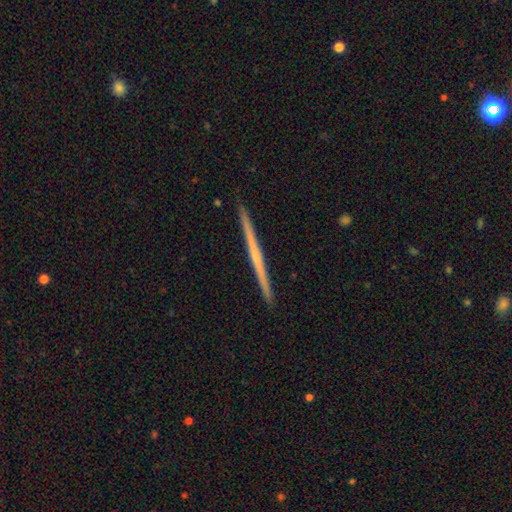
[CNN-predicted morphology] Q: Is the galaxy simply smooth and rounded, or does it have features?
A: featured or disk — 66%.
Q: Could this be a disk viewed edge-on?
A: yes — 98%.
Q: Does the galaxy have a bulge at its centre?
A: none — 79%.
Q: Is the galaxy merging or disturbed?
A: none — 93%.